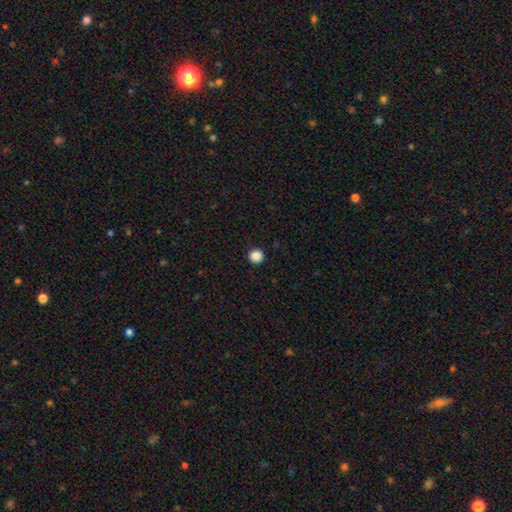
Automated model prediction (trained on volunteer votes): Smooth or featured: smooth — 88% (star or artifact — 10%)
How rounded: round — 96% (in between — 4%)
Merging: none — 93% (minor disturbance — 5%)